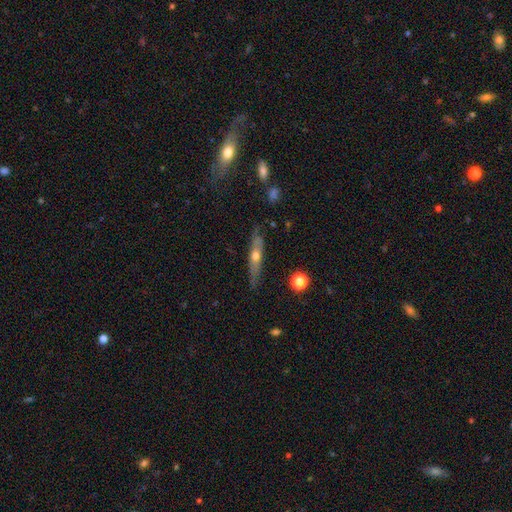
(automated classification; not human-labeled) Smooth or featured? Predicted: featured or disk (p=0.61). Edge-on disk? Predicted: yes (p=0.87). Edge-on bulge? Predicted: rounded (p=0.86). Merging? Predicted: none (p=0.82).